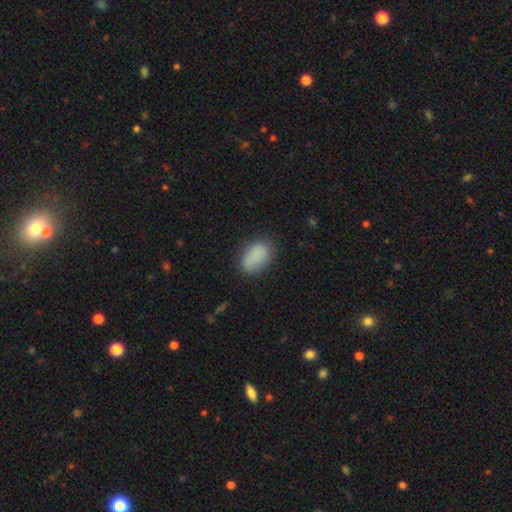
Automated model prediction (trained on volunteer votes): A smooth galaxy with no disk features (86%) that is in between round and cigar-shaped (90%).

Vote fractions:
- Smooth or featured? smooth: 86% / star or artifact: 8% / featured or disk: 7%
- How rounded? in between: 90% / round: 8% / cigar-shaped: 2%
- Merging? none: 74% / minor disturbance: 19% / major disturbance: 5% / merger: 2%